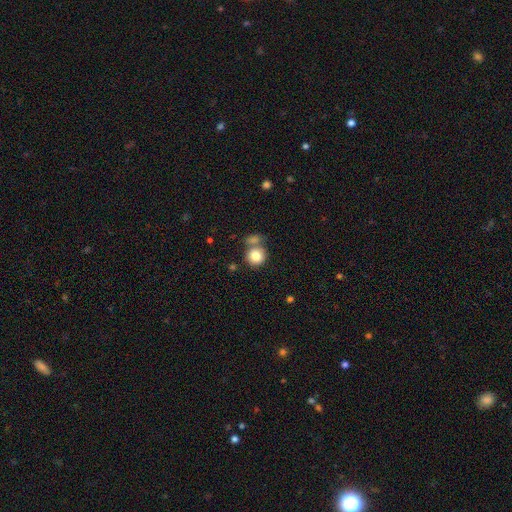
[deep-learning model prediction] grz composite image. It shows a smooth galaxy with no disk features (83%) that is round (84%). Merging: none (53%).